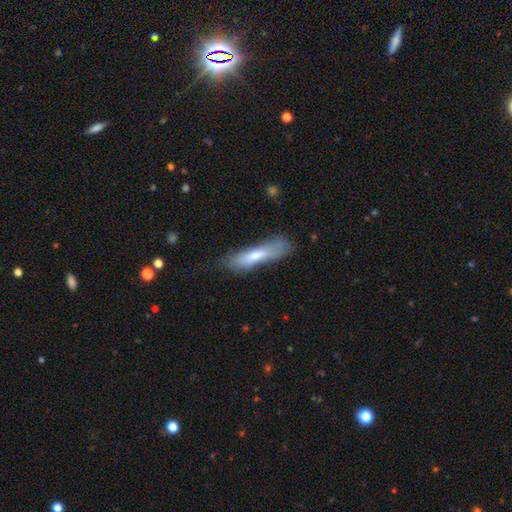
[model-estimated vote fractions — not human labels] Smooth or featured? Predicted: smooth (p=0.66). How rounded? Predicted: cigar-shaped (p=0.79). Merging? Predicted: none (p=0.60).